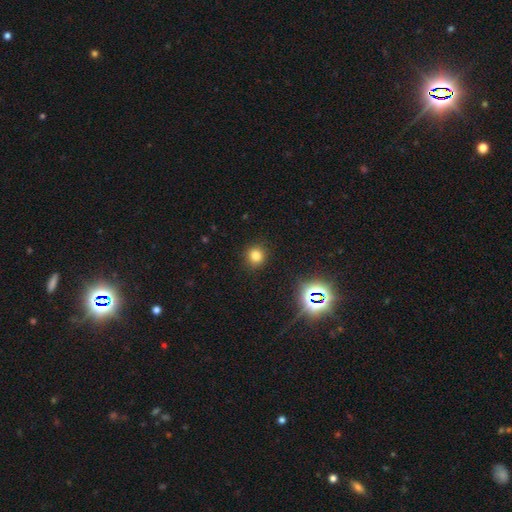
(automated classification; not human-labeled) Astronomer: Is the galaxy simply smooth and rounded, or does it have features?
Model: smooth — 77%.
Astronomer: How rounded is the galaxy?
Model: round — 90%.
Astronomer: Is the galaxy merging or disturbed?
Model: none — 90%.